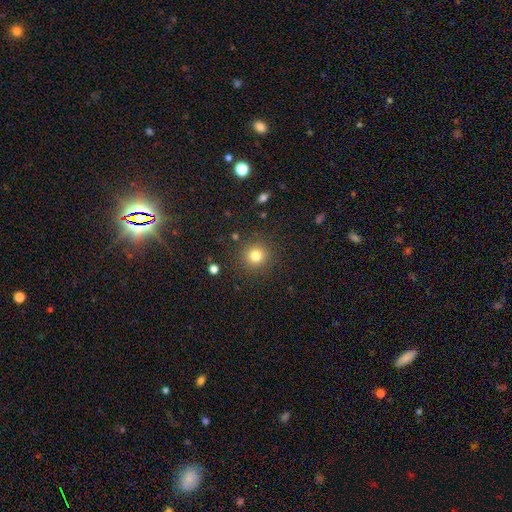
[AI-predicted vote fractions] The model was most divided on "smooth or featured": smooth: 80%, star or artifact: 13%, featured or disk: 7%. More confident: how rounded — round (93%); merging — none (89%).